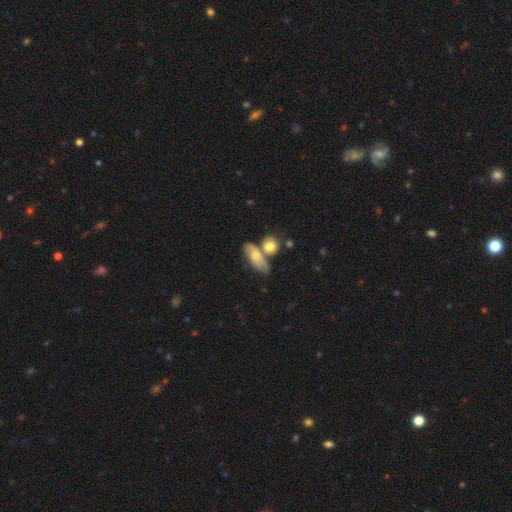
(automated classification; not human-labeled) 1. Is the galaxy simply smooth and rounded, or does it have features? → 66% smooth, 28% featured or disk, 7% star or artifact.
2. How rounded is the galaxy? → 74% in between, 17% cigar-shaped, 9% round.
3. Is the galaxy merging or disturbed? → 48% none, 34% merger, 14% minor disturbance, 4% major disturbance.